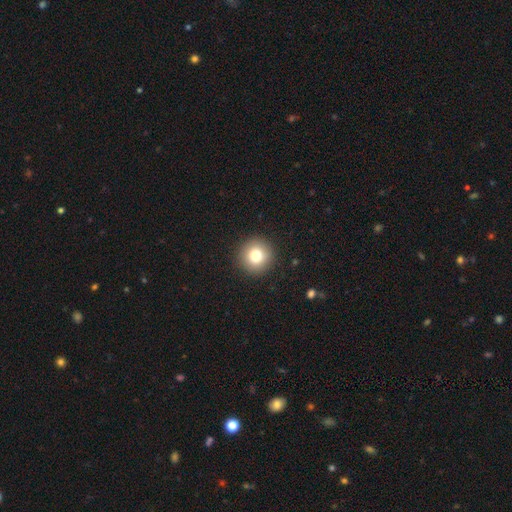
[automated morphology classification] Smooth or featured: smooth — 79% (star or artifact — 11%)
How rounded: round — 95% (in between — 4%)
Merging: none — 92% (minor disturbance — 5%)